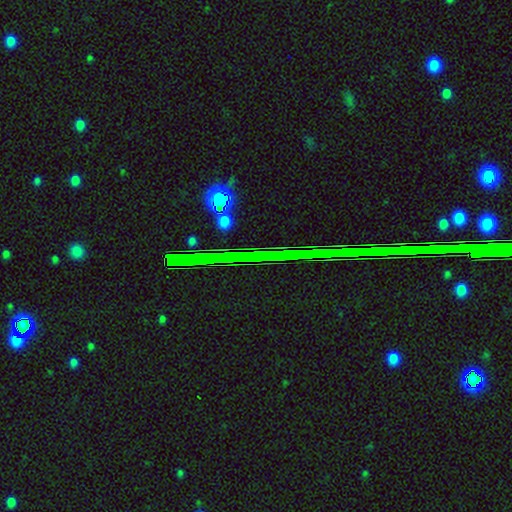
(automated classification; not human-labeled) Overall: star or artifact (76%).